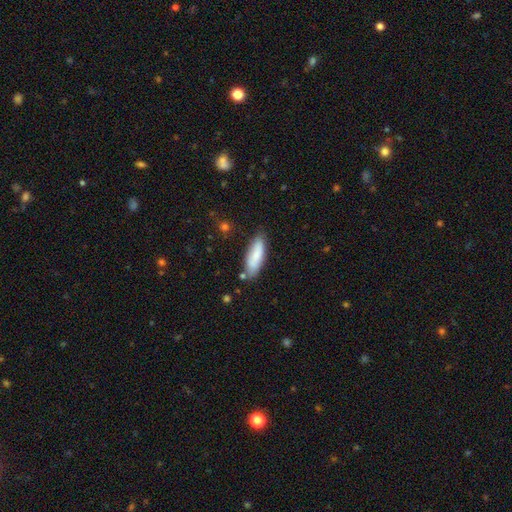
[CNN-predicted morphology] A smooth galaxy with no disk features (80%) that is in between round and cigar-shaped (59%).

Vote fractions:
- Smooth or featured? smooth: 80% / featured or disk: 14% / star or artifact: 6%
- How rounded? in between: 59% / cigar-shaped: 40% / round: 2%
- Merging? none: 75% / minor disturbance: 18% / merger: 4% / major disturbance: 3%